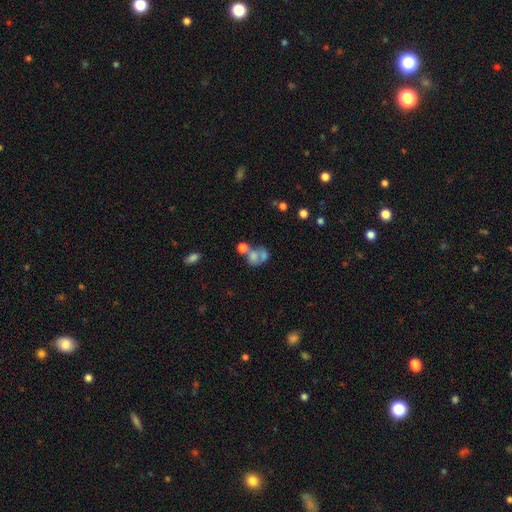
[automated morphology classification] Overall: smooth (58%; featured or disk 29%). How rounded: round (50%; in between 49%). Merging: merger (54%; none 22%).